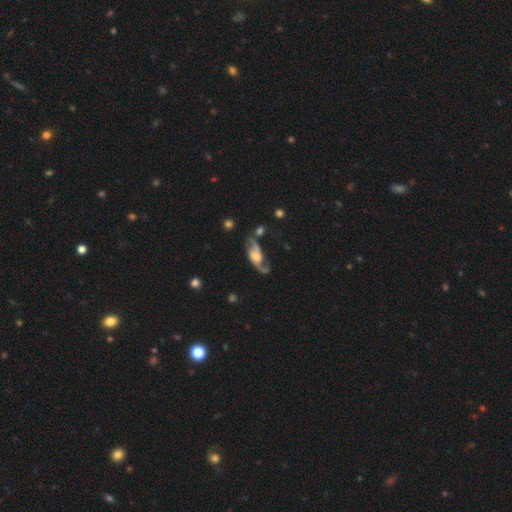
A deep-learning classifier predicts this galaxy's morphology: Overall: featured or disk (82%). Edge-on disk: no (91%). Bar: no (50%; weak 37%). Spiral arms: yes (94%). Spiral arm count: 2 (90%). Spiral winding: loose (61%; medium 31%). Bulge size: moderate (28%; large 27%). Merging: none (58%; minor disturbance 19%).